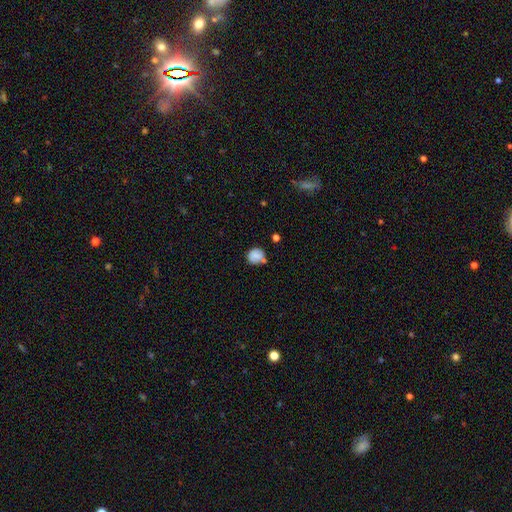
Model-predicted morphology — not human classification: Smooth or featured? Predicted: smooth (p=0.79). How rounded? Predicted: round (p=0.83). Merging? Predicted: none (p=0.61).